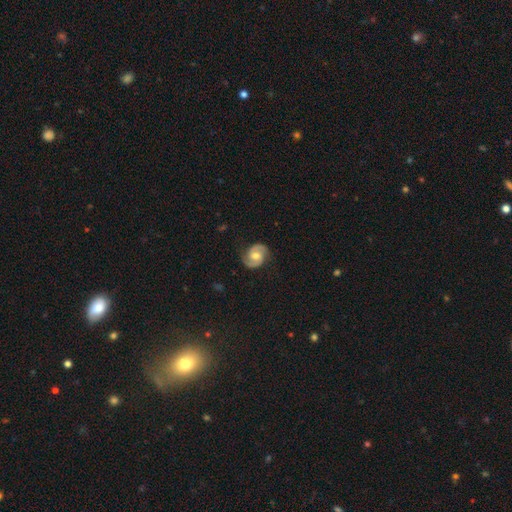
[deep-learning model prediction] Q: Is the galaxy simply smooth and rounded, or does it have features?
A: featured or disk — 81%.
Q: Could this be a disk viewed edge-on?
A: no — 98%.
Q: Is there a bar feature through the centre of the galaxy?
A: no — 48%.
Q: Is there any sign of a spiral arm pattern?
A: yes — 95%.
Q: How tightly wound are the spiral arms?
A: medium — 51%.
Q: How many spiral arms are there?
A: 2 — 92%.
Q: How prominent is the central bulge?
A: moderate — 73%.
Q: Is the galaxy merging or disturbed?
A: none — 82%.